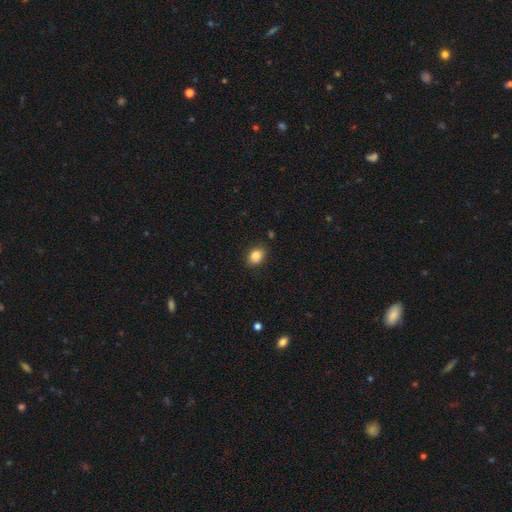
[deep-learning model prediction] smooth_or_featured: smooth (p=0.85) [alt: star or artifact p=0.09]
how_rounded: in between (p=0.71) [alt: round p=0.28]
merging: none (p=0.84) [alt: minor disturbance p=0.12]